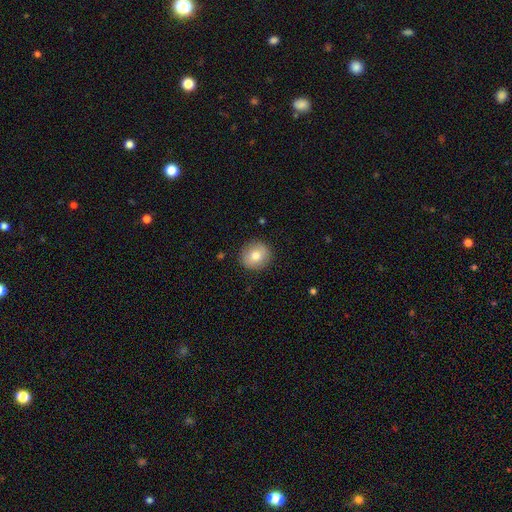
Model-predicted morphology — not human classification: This is likely a smooth galaxy (77%). How rounded: clearly round (89%). Merging: clearly none (90%).